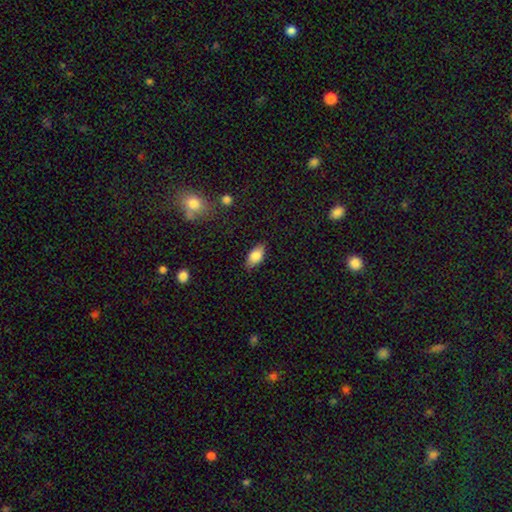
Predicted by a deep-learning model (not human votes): This appears to be a smooth galaxy with no disk features (81%) that is in between round and cigar-shaped (90%). Merging: none (84%).